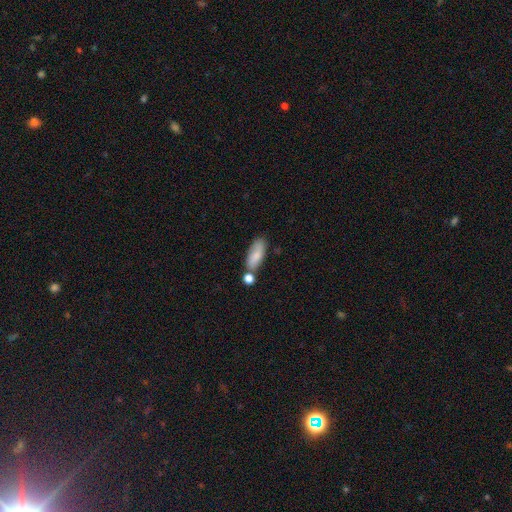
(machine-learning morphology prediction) This appears to be a smooth galaxy with no disk features (73%) that is in between round and cigar-shaped (74%). Merging: none (58%).